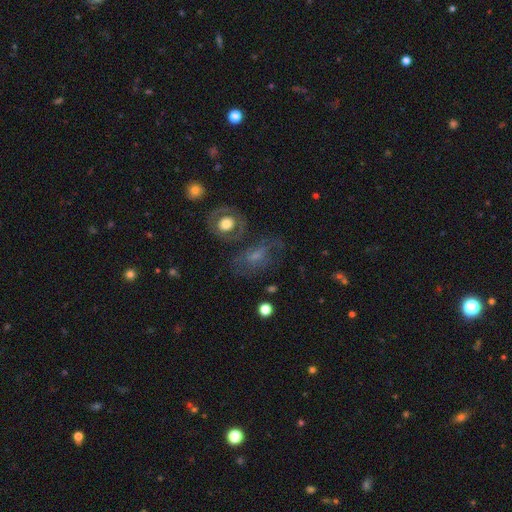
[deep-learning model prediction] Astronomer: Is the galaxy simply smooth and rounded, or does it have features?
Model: featured or disk — 50% (runner-up: smooth, 33%).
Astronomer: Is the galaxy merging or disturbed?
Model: none — 56%.